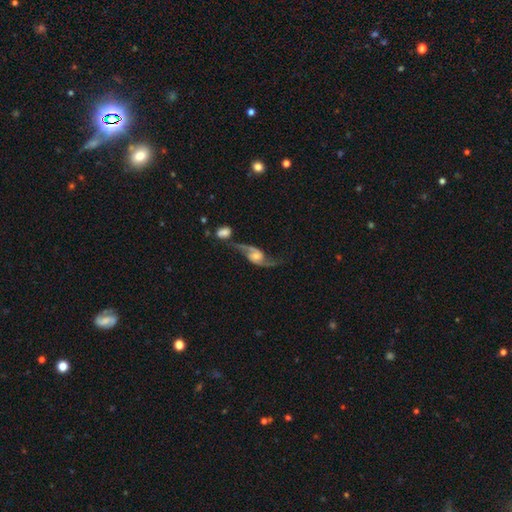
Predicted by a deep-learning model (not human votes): Overall: featured or disk (86%). Edge-on disk: no (95%). Bar: no (52%; weak 37%). Spiral arms: yes (96%). Spiral arm count: 2 (92%). Spiral winding: loose (75%). Bulge size: moderate (40%; small 33%). Merging: none (43%; merger 27%).